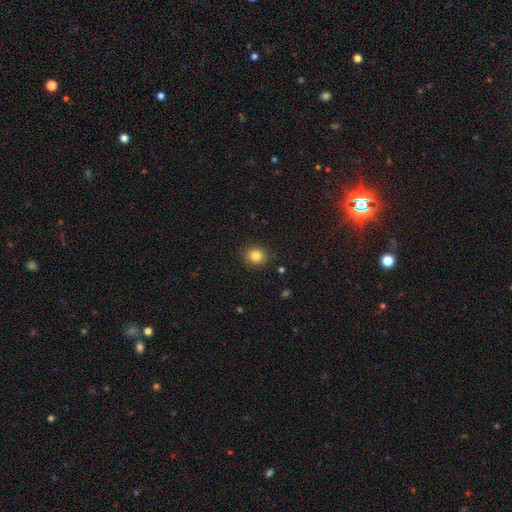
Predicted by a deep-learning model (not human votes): Morphology: type=smooth (84%); roundness=round (78%); merging=none (90%).